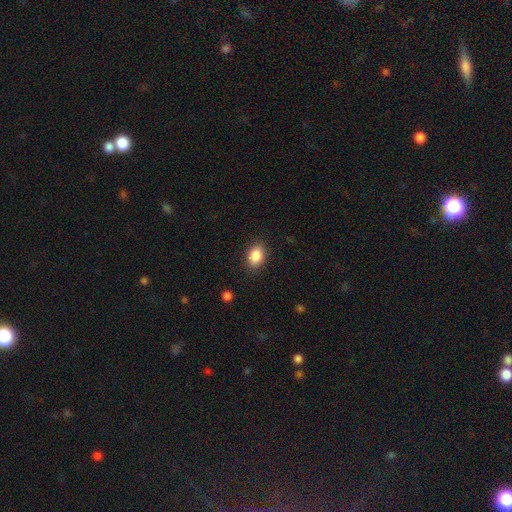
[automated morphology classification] type=smooth (87%); roundness=in between (79%); merging=none (86%).